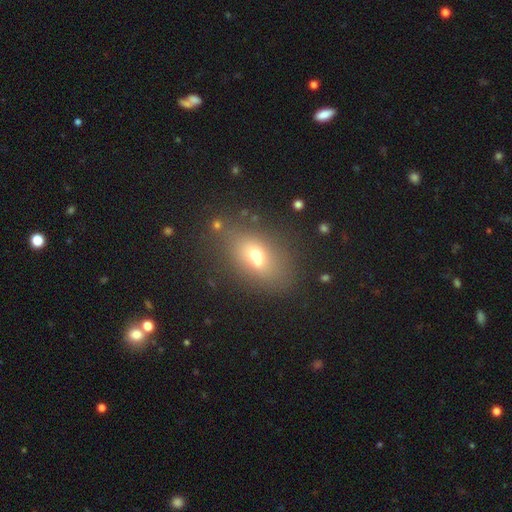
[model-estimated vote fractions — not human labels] Smooth or featured? Predicted: smooth (p=0.60). How rounded? Predicted: in between (p=0.76). Merging? Predicted: none (p=0.56).